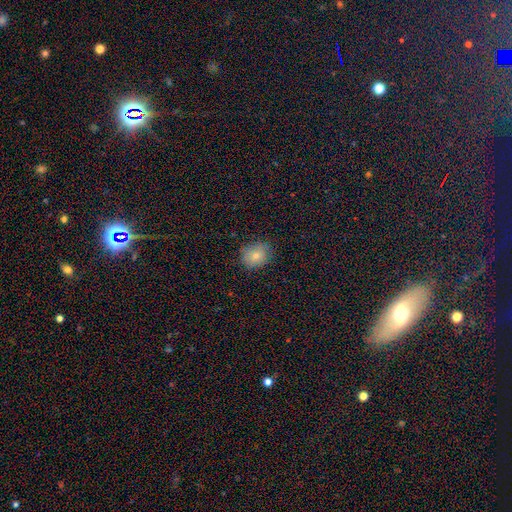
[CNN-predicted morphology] Smooth or featured? smooth (78%)
How rounded? round (63%)
Merging? none (78%)